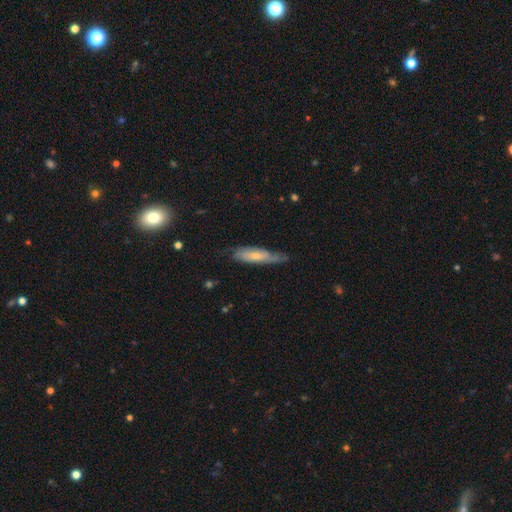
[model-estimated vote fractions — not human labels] smooth-or-featured: featured or disk: 47% (tied) | smooth: 47% (tied) | star or artifact: 6%
  merging: none: 58% | minor disturbance: 31% | major disturbance: 9% | merger: 2%